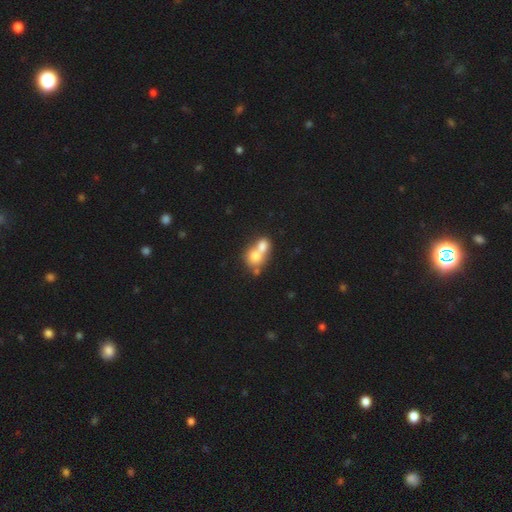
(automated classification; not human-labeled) A smooth galaxy with no disk features (70%) that is round (61%).

Vote fractions:
- Smooth or featured? smooth: 70% / featured or disk: 20% / star or artifact: 10%
- How rounded? round: 61% / in between: 38% / cigar-shaped: 1%
- Merging? merger: 72% / none: 19% / minor disturbance: 5% / major disturbance: 3%